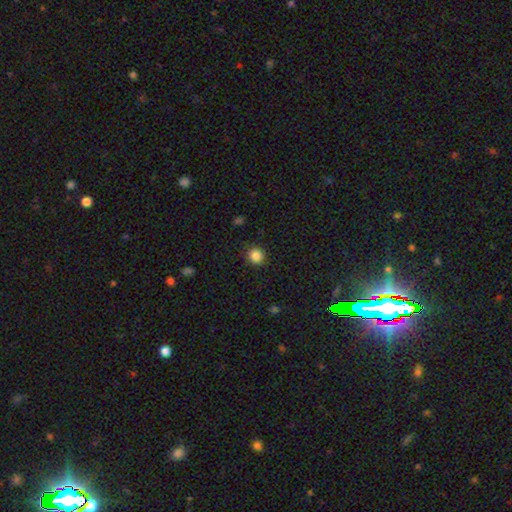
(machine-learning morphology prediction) smooth_or_featured: smooth (p=0.85) [alt: star or artifact p=0.11]
how_rounded: round (p=0.92) [alt: in between p=0.07]
merging: none (p=0.90) [alt: minor disturbance p=0.07]